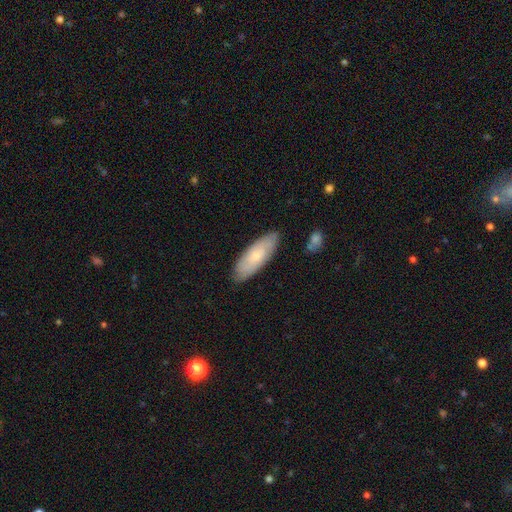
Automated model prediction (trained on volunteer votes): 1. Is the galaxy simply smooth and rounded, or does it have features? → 58% smooth, 35% featured or disk, 7% star or artifact.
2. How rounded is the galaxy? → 65% in between, 33% cigar-shaped, 2% round.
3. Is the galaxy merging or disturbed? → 84% none, 13% minor disturbance, 2% major disturbance, 1% merger.